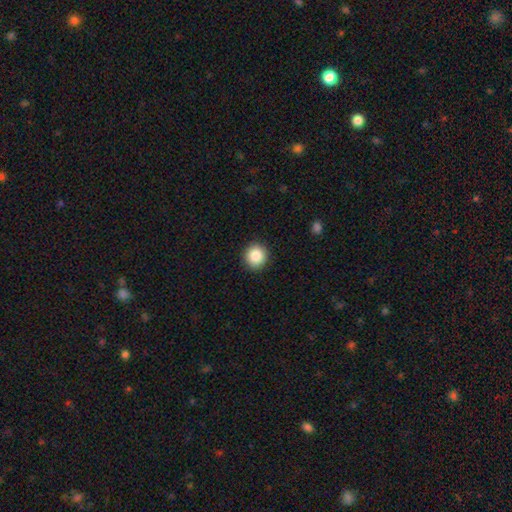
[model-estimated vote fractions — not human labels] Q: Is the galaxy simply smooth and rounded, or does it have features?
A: smooth — 87%.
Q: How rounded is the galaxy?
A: round — 93%.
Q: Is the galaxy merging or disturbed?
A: none — 92%.